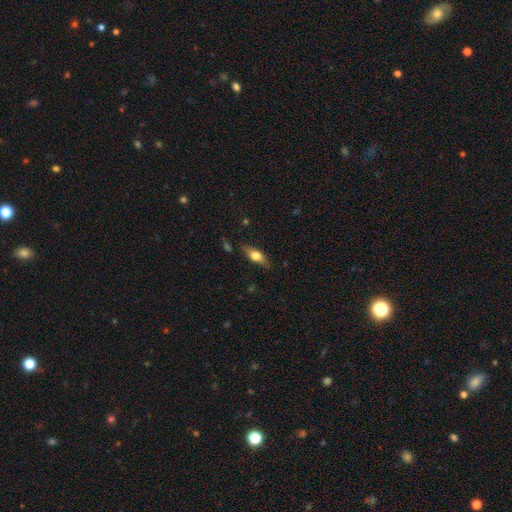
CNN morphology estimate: Q: Smooth or featured?
A: smooth (59%); runner-up: featured or disk (34%)
Q: How rounded?
A: in between (66%); runner-up: cigar-shaped (29%)
Q: Merging?
A: none (77%); runner-up: minor disturbance (16%)